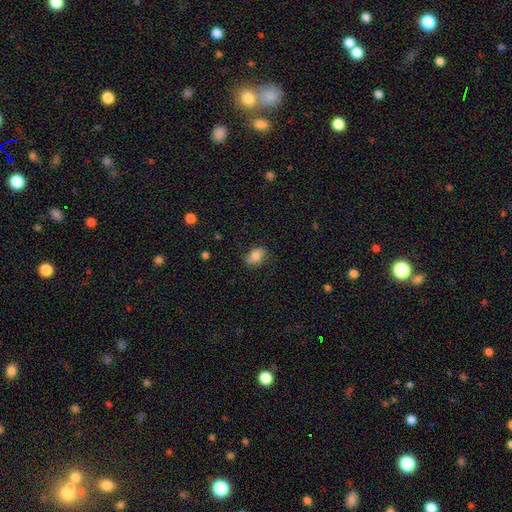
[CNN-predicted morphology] Q: Smooth or featured?
A: smooth (77%); runner-up: featured or disk (15%)
Q: How rounded?
A: in between (77%); runner-up: round (21%)
Q: Merging?
A: none (71%); runner-up: minor disturbance (21%)